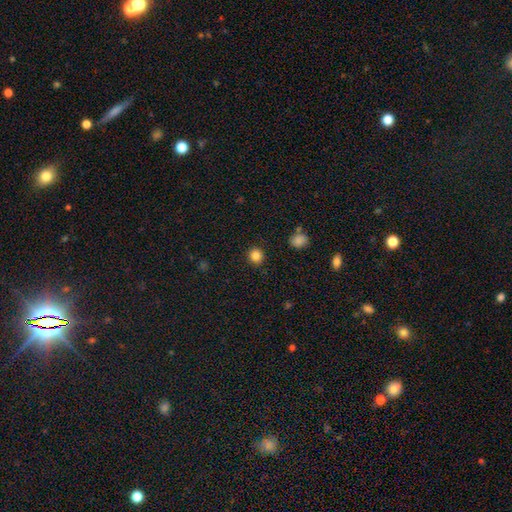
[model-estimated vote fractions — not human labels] smooth_or_featured: smooth (p=0.85) [alt: star or artifact p=0.11]
how_rounded: round (p=0.91) [alt: in between p=0.08]
merging: none (p=0.91) [alt: minor disturbance p=0.06]